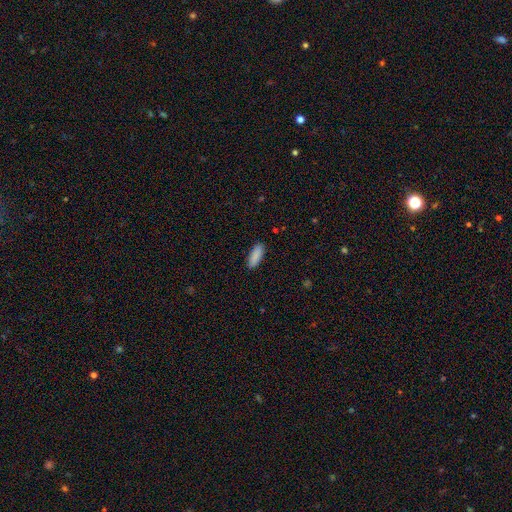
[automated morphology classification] Smooth or featured? Predicted: smooth (p=0.90). How rounded? Predicted: in between (p=0.70). Merging? Predicted: none (p=0.89).